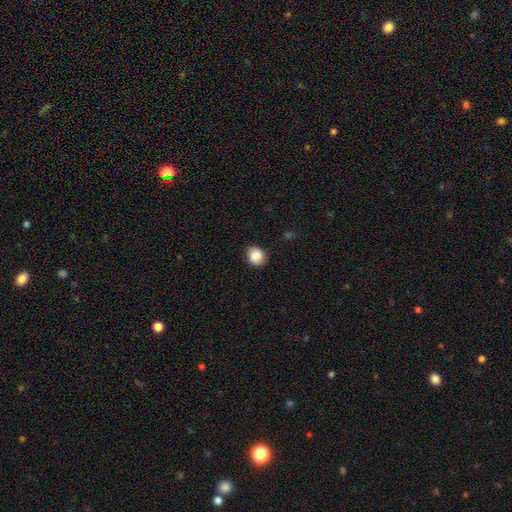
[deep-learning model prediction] Smooth or featured? smooth (88%)
How rounded? round (70%)
Merging? none (86%)